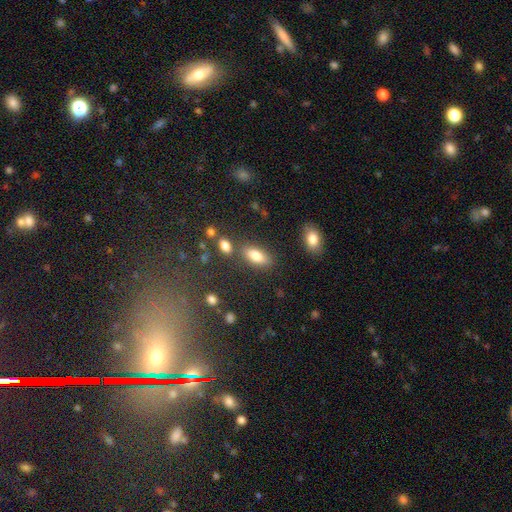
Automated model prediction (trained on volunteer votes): Smooth or featured? Predicted: smooth (p=0.80). How rounded? Predicted: in between (p=0.84). Merging? Predicted: none (p=0.75).